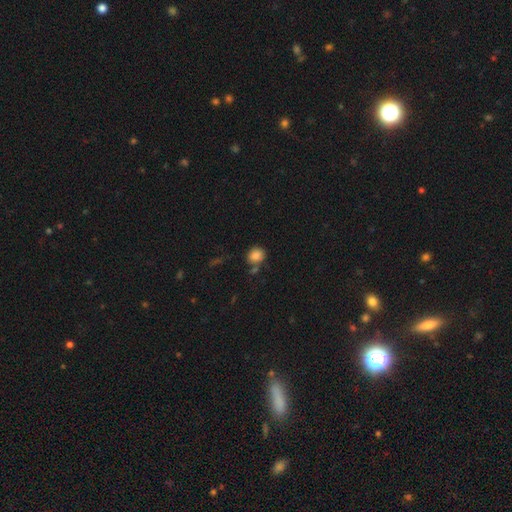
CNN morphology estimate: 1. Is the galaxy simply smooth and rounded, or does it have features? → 85% smooth, 10% star or artifact, 5% featured or disk.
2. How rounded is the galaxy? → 72% round, 27% in between, 1% cigar-shaped.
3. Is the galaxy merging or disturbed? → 69% none, 14% minor disturbance, 13% merger, 4% major disturbance.